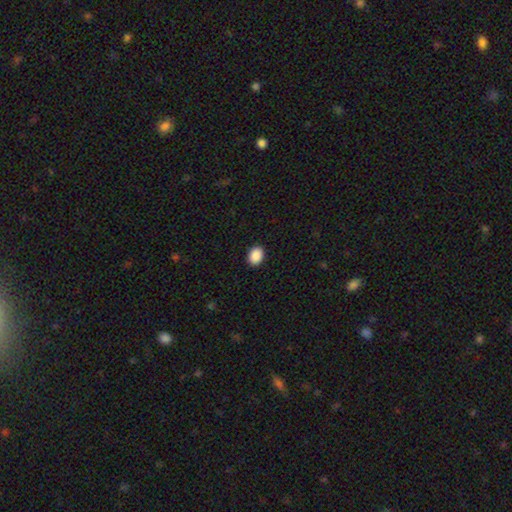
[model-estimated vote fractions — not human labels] Smooth or featured? Predicted: smooth (p=0.90). How rounded? Predicted: in between (p=0.67). Merging? Predicted: none (p=0.91).